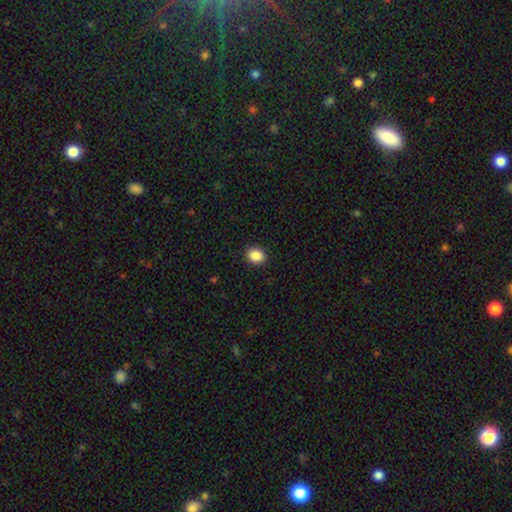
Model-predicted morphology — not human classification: Smooth or featured?
  - smooth: 88% *
  - star or artifact: 9%
  - featured or disk: 3%
How rounded?
  - round: 51% *
  - in between: 48%
  - cigar-shaped: 1%
Merging?
  - none: 90% *
  - minor disturbance: 7%
  - major disturbance: 2%
  - merger: 1%